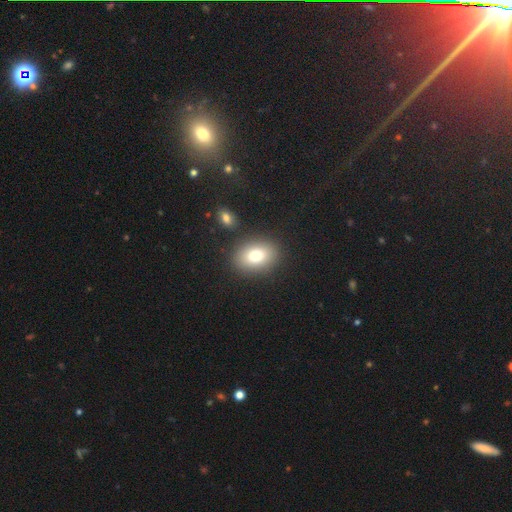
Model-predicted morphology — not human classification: Smooth or featured?
  - smooth: 79% *
  - featured or disk: 11%
  - star or artifact: 10%
How rounded?
  - in between: 74% *
  - round: 25%
  - cigar-shaped: 1%
Merging?
  - none: 83% *
  - minor disturbance: 9%
  - merger: 5%
  - major disturbance: 3%